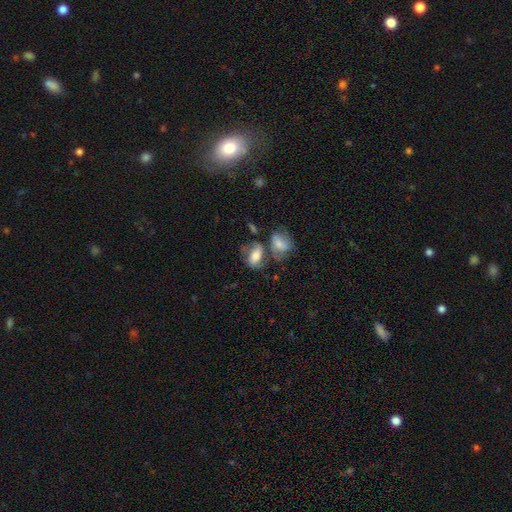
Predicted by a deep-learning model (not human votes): A smooth galaxy with no disk features (54%) that is in between round and cigar-shaped (81%).

Vote fractions:
- Smooth or featured? smooth: 54% / featured or disk: 38% / star or artifact: 8%
- How rounded? in between: 81% / round: 16% / cigar-shaped: 3%
- Merging? none: 37% / merger: 33% / minor disturbance: 18% / major disturbance: 13%